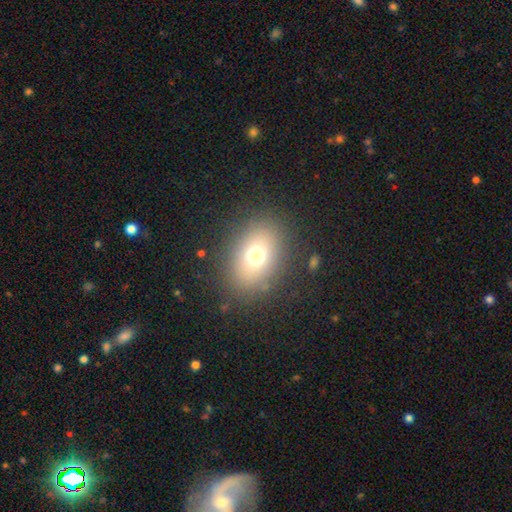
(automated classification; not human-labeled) Morphology: type=smooth (69%); roundness=in between (62%); merging=none (83%).